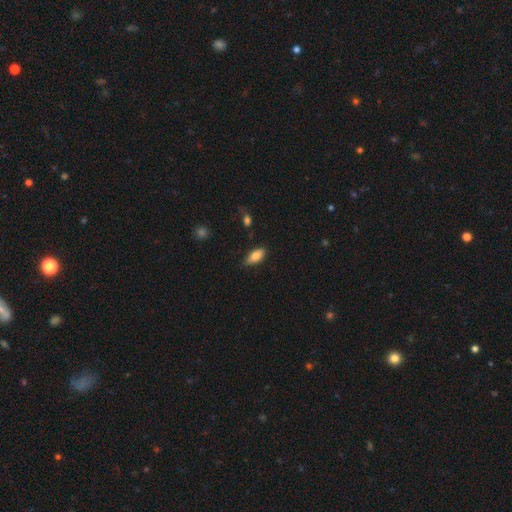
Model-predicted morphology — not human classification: The model was most divided on "merging": none: 74%, minor disturbance: 21%, major disturbance: 3%, merger: 2%. More confident: how rounded — in between (83%); smooth or featured — smooth (79%).